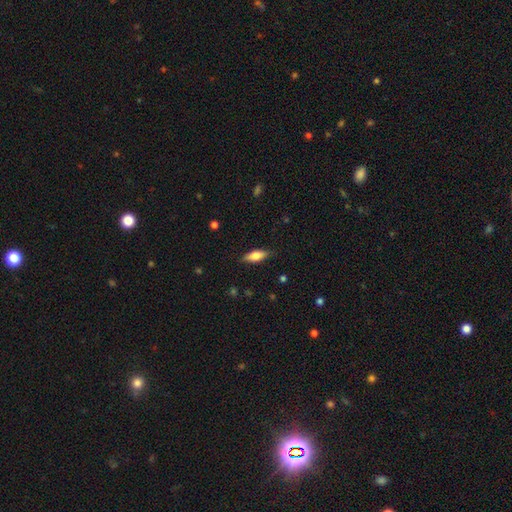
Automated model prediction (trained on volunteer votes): A smooth galaxy with no disk features (69%) that is in between round and cigar-shaped (70%).

Vote fractions:
- Smooth or featured? smooth: 69% / featured or disk: 24% / star or artifact: 6%
- How rounded? in between: 70% / cigar-shaped: 27% / round: 3%
- Merging? none: 85% / minor disturbance: 11% / major disturbance: 2% / merger: 1%